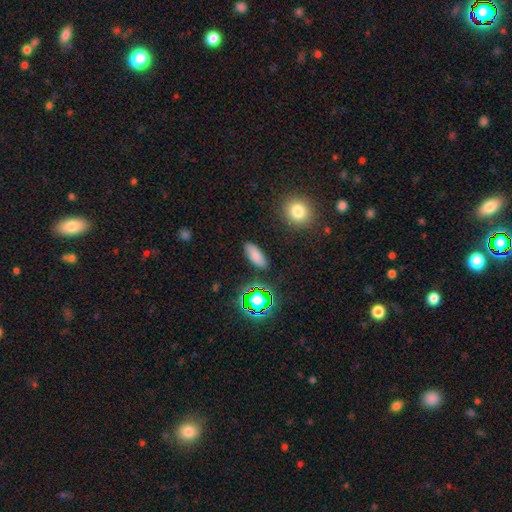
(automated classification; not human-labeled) smooth-or-featured: smooth: 76% | star or artifact: 15% | featured or disk: 9%
  how-rounded: in between: 74% | cigar-shaped: 21% | round: 5%
  merging: none: 86% | minor disturbance: 9% | major disturbance: 3% | merger: 2%